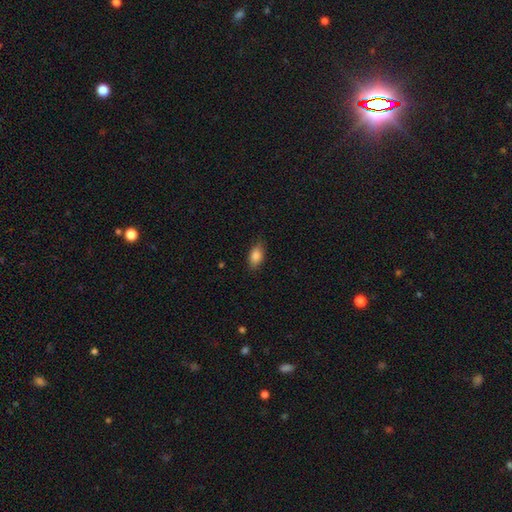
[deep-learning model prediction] smooth-or-featured: smooth: 85% | featured or disk: 8% | star or artifact: 7%
  how-rounded: in between: 89% | cigar-shaped: 6% | round: 5%
  merging: none: 84% | minor disturbance: 12% | major disturbance: 3% | merger: 1%